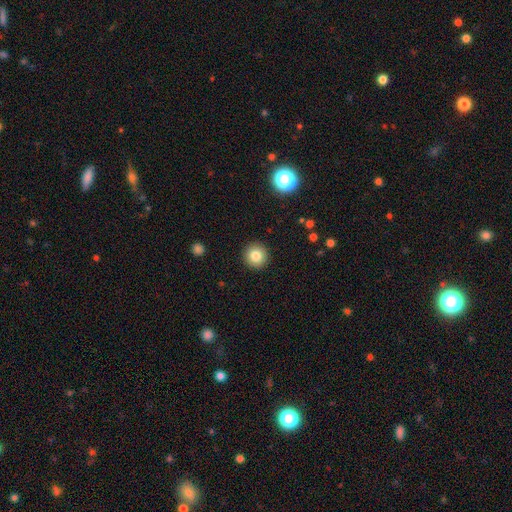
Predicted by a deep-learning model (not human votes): Smooth or featured?
  - smooth: 81% *
  - star or artifact: 10%
  - featured or disk: 8%
How rounded?
  - round: 95% *
  - in between: 4%
  - cigar-shaped: 1%
Merging?
  - none: 92% *
  - minor disturbance: 5%
  - major disturbance: 2%
  - merger: 1%